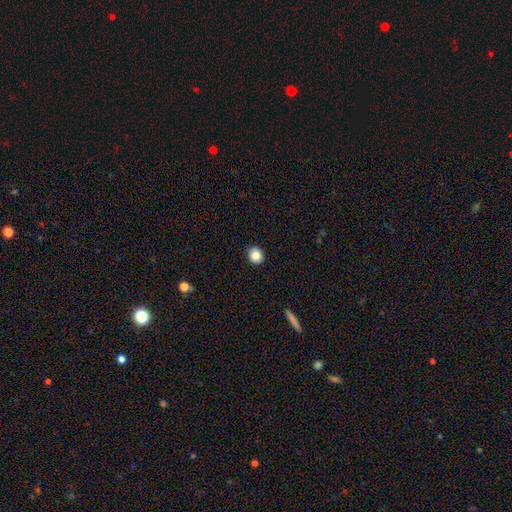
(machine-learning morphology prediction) This appears to be a smooth galaxy with no disk features (83%) that is round (84%). Merging: none (91%).